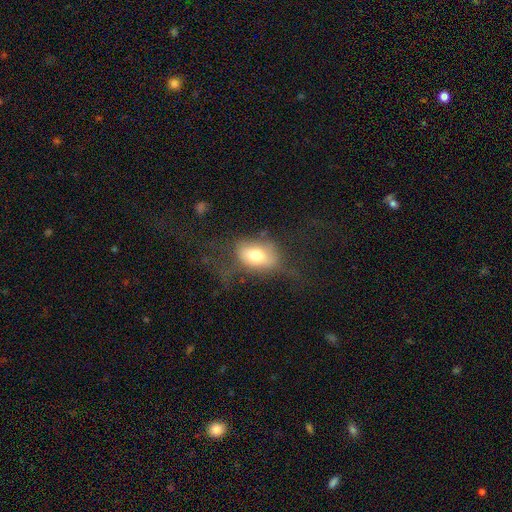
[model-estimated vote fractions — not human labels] smooth_or_featured: smooth (p=0.69) [alt: featured or disk p=0.22]
how_rounded: in between (p=0.84) [alt: round p=0.14]
merging: none (p=0.45) [alt: major disturbance p=0.27]